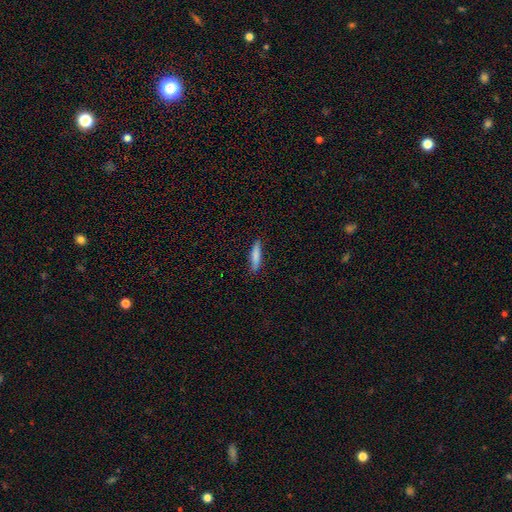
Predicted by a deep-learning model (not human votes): smooth-or-featured: smooth: 79% | featured or disk: 14% | star or artifact: 6%
  how-rounded: cigar-shaped: 83% | in between: 15% | round: 1%
  merging: none: 86% | minor disturbance: 11% | major disturbance: 2% | merger: 1%